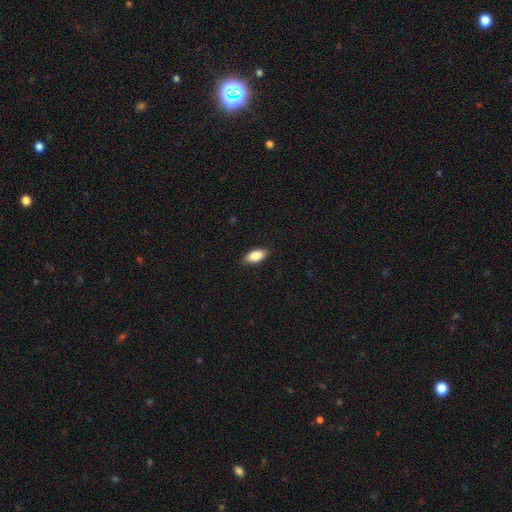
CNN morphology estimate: type=smooth (88%); roundness=in between (92%); merging=none (87%).